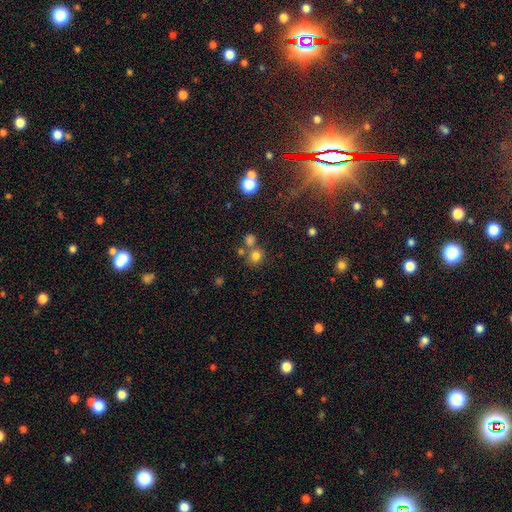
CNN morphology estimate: This is likely a smooth galaxy (76%). How rounded: clearly round (87%). Merging: likely none (62%).